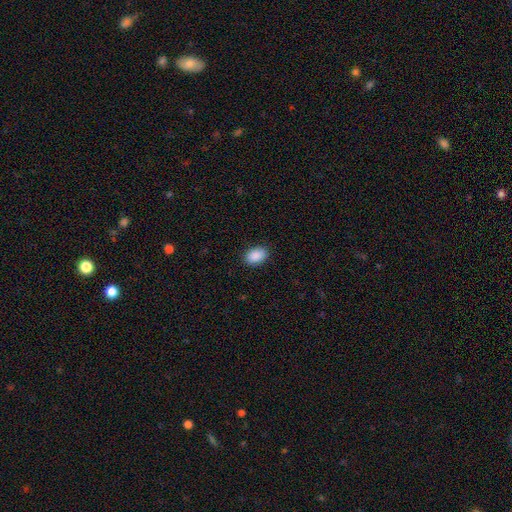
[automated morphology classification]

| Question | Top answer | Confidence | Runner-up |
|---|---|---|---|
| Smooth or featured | smooth | 90% | star or artifact (7%) |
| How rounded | in between | 84% | round (15%) |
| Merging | none | 89% | minor disturbance (8%) |